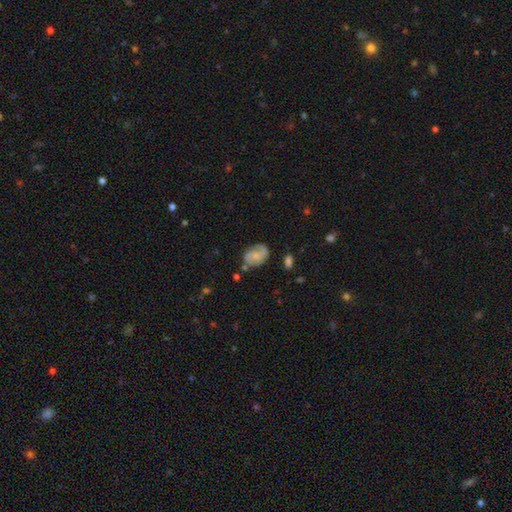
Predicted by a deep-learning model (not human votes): smooth_or_featured: featured or disk (p=0.58) [alt: smooth p=0.35]
disk_edge_on: no (p=0.97) [alt: yes p=0.03]
bar: no (p=0.64) [alt: weak p=0.31]
has_spiral_arms: yes (p=0.88) [alt: no p=0.12]
bulge_size: small (p=0.48) [alt: moderate p=0.33]
merging: none (p=0.70) [alt: minor disturbance p=0.20]